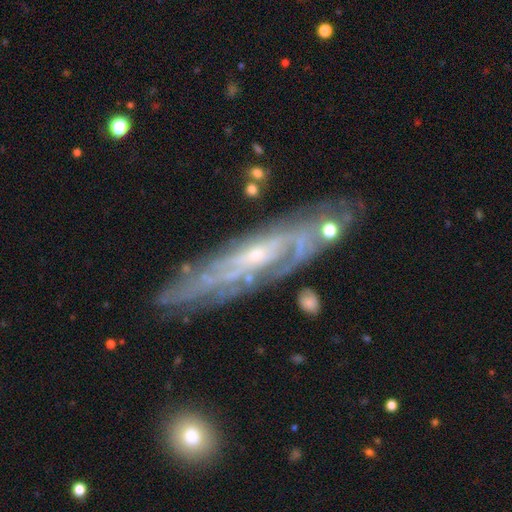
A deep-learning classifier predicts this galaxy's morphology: Q: Smooth or featured?
A: featured or disk (84%); runner-up: smooth (9%)
Q: Edge-on disk?
A: no (68%); runner-up: yes (32%)
Q: Bar?
A: no (56%); runner-up: weak (33%)
Q: Spiral arms?
A: yes (92%); runner-up: no (8%)
Q: Spiral winding?
A: tight (67%); runner-up: medium (27%)
Q: Spiral arm count?
A: can't tell (55%); runner-up: 2 (16%)
Q: Bulge size?
A: small (74%); runner-up: moderate (20%)
Q: Merging?
A: none (75%); runner-up: minor disturbance (16%)